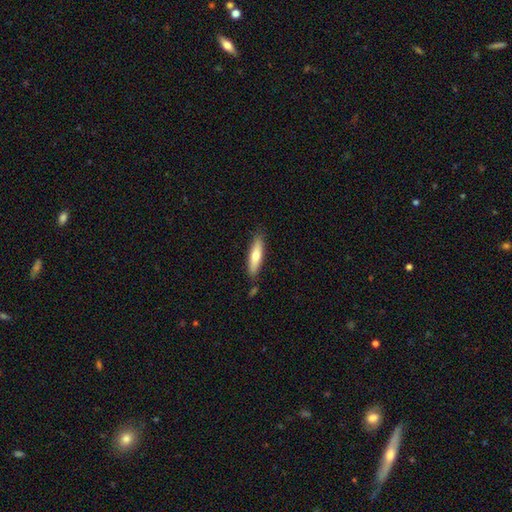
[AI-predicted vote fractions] A smooth galaxy with no disk features (66%) that is cigar-shaped (72%). Merging: none (82%).